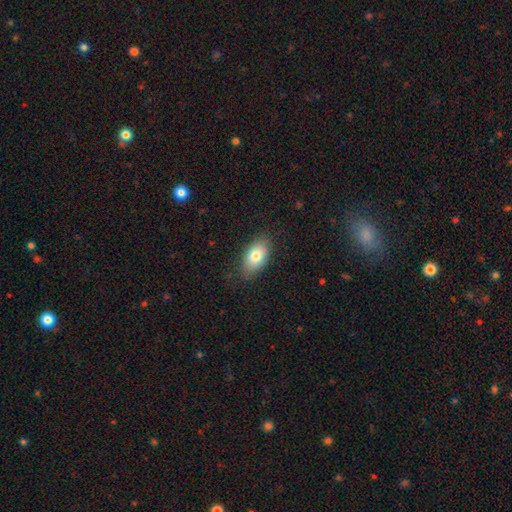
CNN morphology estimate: smooth 78%, featured or disk 14%, star or artifact 7%. Down the decision tree: how rounded — in between (91%); merging — none (83%).